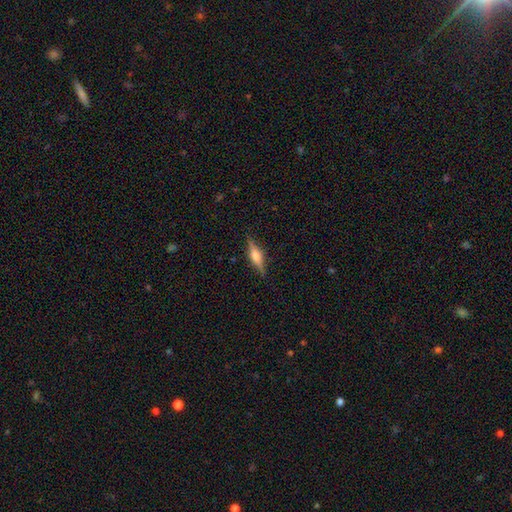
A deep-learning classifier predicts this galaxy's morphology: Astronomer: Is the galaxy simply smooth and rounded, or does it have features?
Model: featured or disk — 67%.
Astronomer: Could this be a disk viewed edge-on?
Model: yes — 97%.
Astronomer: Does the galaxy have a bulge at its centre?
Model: rounded — 83%.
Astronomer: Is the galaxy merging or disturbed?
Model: none — 87%.